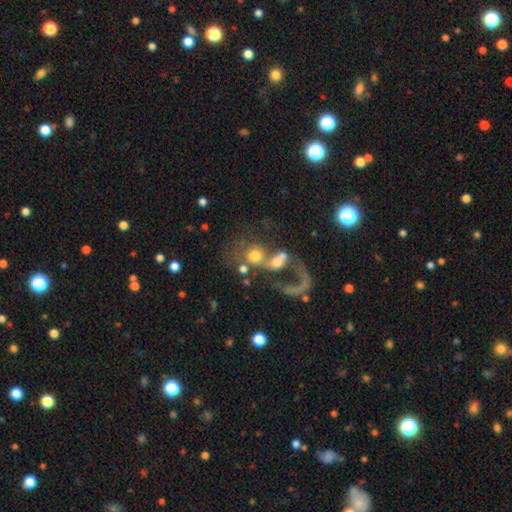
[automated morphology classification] Smooth or featured: featured or disk — 46% (smooth — 40%)
Merging: merger — 65% (major disturbance — 17%)